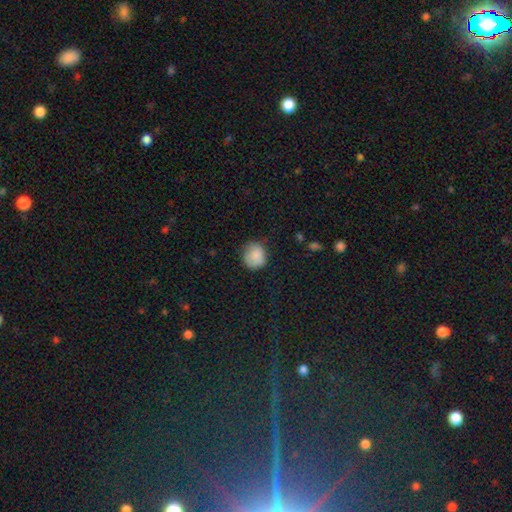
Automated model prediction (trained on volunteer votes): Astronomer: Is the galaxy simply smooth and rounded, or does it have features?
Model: smooth — 85%.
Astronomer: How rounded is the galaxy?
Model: round — 79%.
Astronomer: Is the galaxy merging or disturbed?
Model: none — 71%.